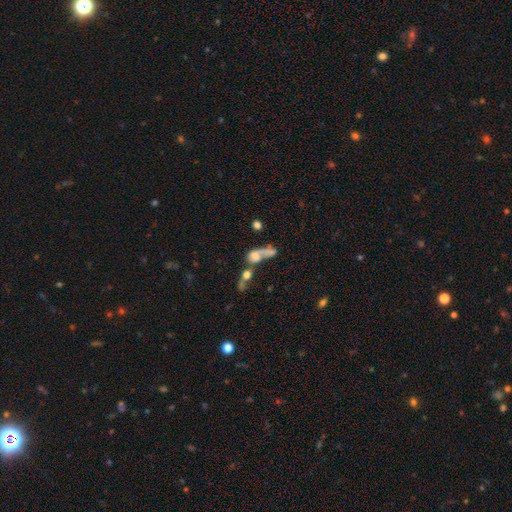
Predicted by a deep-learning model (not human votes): This appears to be a smooth galaxy with no disk features (52%) that is in between round and cigar-shaped (50%). Merging: merger (58%).